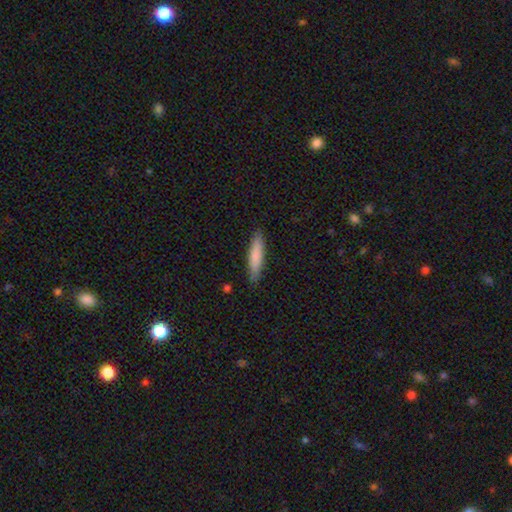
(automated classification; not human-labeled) A smooth galaxy with no disk features (80%) that is cigar-shaped (82%). Merging: none (87%).